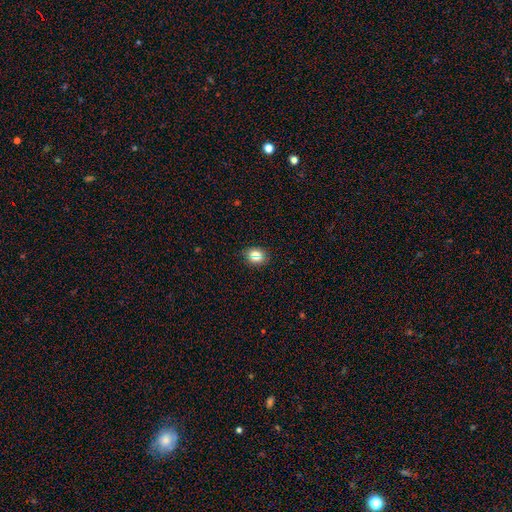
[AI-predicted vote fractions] A smooth galaxy with no disk features (75%) that is round (57%). Merging: none (85%).